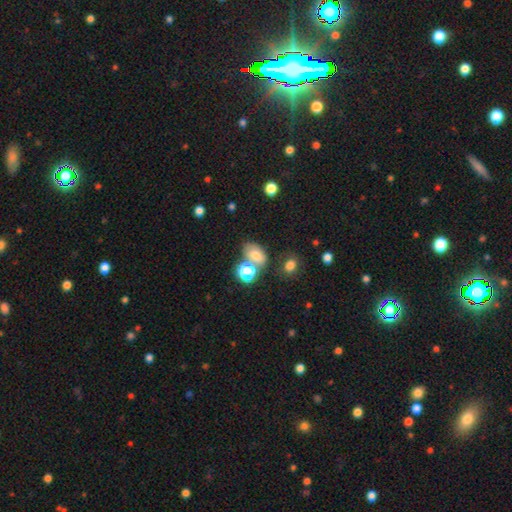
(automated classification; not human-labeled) A star or artifact, not a galaxy (54%).

Vote fractions:
- Smooth or featured? star or artifact: 54% / smooth: 33% / featured or disk: 14%